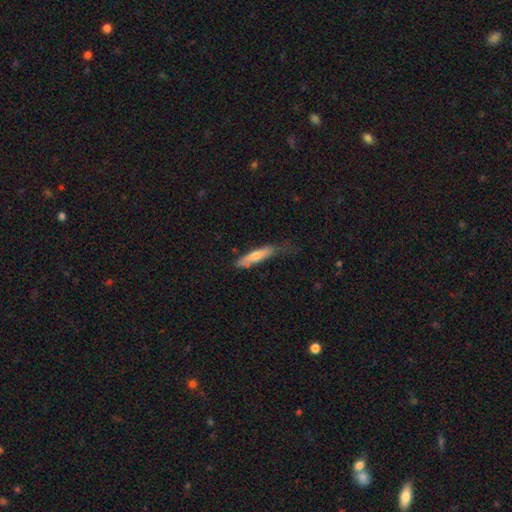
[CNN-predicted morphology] A smooth galaxy with no disk features (64%) that is cigar-shaped (82%).

Vote fractions:
- Smooth or featured? smooth: 64% / featured or disk: 30% / star or artifact: 6%
- How rounded? cigar-shaped: 82% / in between: 17% / round: 2%
- Merging? none: 52% / minor disturbance: 34% / major disturbance: 12% / merger: 2%